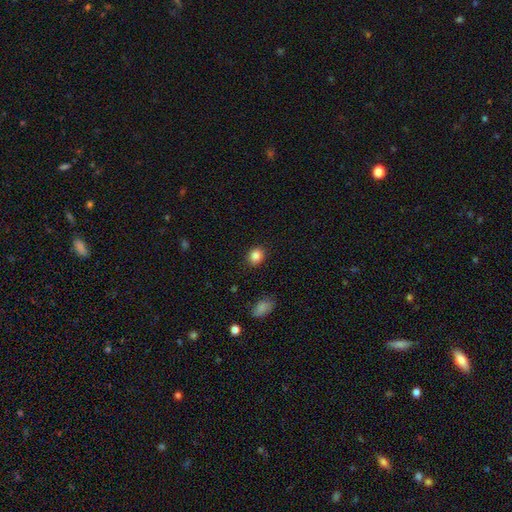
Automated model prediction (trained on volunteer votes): This appears to be a smooth galaxy with no disk features (86%) that is round (63%). Merging: none (89%).